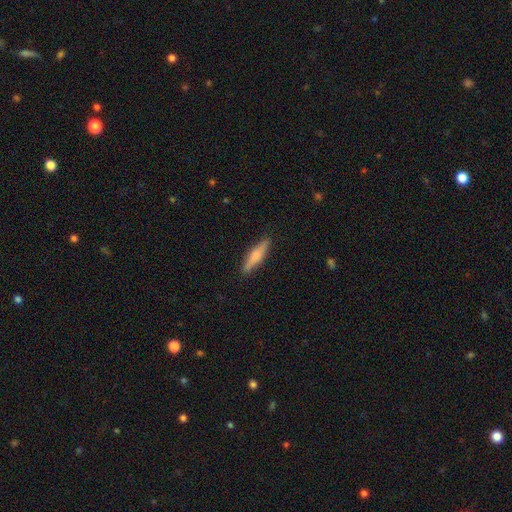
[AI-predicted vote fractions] This is possibly a smooth galaxy (55%). How rounded: likely cigar-shaped (80%). Merging: clearly none (89%).